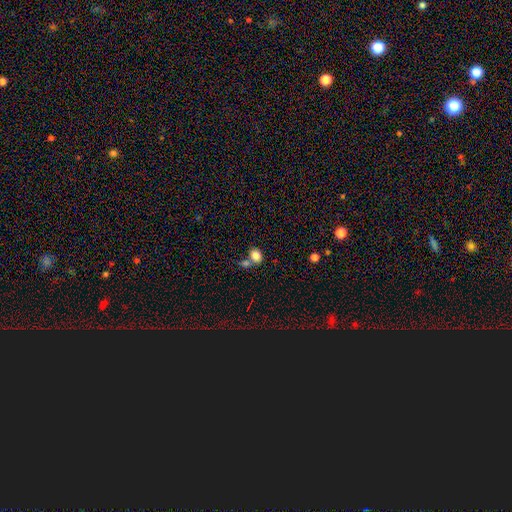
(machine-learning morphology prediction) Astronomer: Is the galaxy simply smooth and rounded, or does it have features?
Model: smooth — 83%.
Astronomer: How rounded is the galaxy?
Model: in between — 56% (runner-up: round, 43%).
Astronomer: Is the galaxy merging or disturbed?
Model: none — 50% (runner-up: merger, 34%).